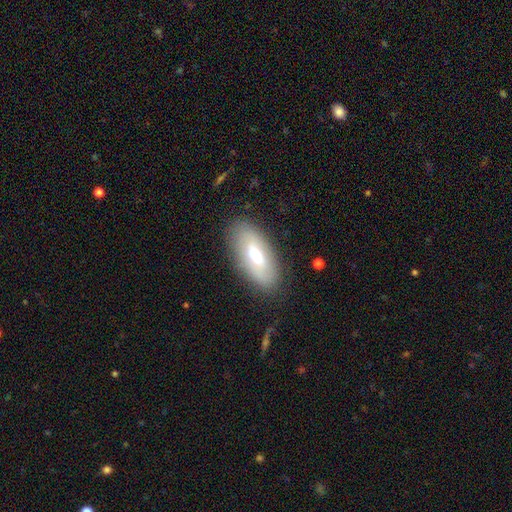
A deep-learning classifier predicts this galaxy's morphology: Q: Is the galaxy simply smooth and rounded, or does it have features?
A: smooth — 58%.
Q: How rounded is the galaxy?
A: in between — 82%.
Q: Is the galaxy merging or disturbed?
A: none — 83%.